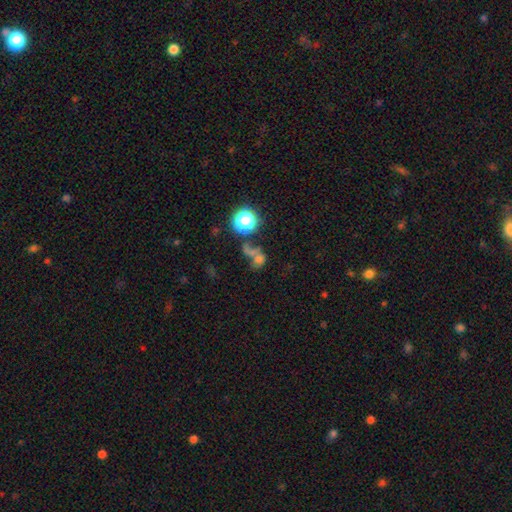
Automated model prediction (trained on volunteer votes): A smooth galaxy with no disk features (54%) that is round (57%).

Vote fractions:
- Smooth or featured? smooth: 54% / star or artifact: 29% / featured or disk: 17%
- How rounded? round: 57% / in between: 40% / cigar-shaped: 3%
- Merging? merger: 44% / none: 29% / major disturbance: 17% / minor disturbance: 10%